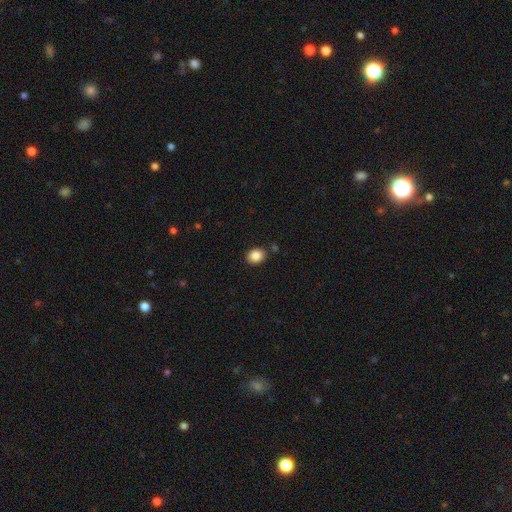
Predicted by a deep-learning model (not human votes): Morphology: type=smooth (86%); roundness=round (57%); merging=none (86%).